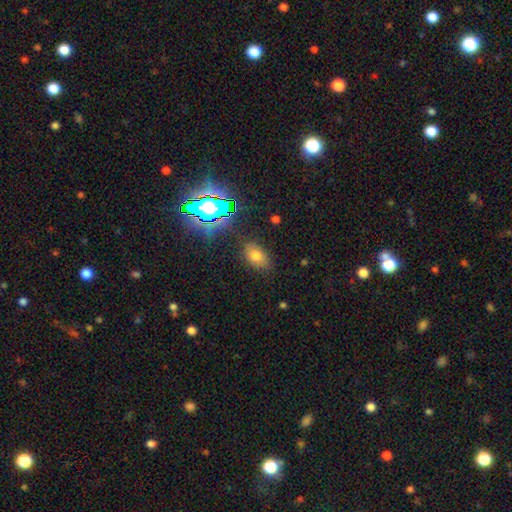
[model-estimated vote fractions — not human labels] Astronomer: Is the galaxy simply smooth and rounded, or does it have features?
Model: smooth — 69%.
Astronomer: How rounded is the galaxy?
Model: in between — 84%.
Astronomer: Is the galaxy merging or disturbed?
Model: none — 80%.